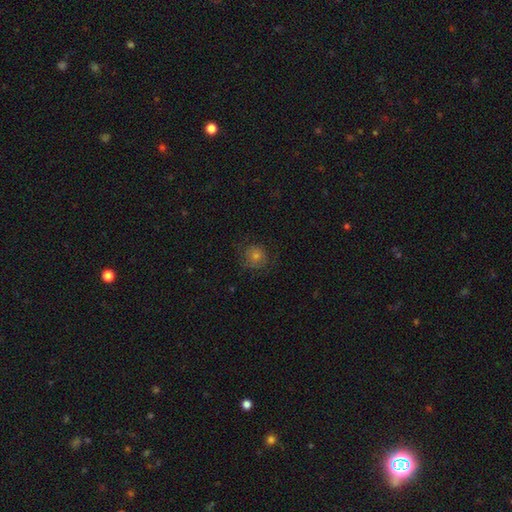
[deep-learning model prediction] smooth 58%, featured or disk 26%, star or artifact 16%. Down the decision tree: how rounded — round (88%); merging — none (75%).